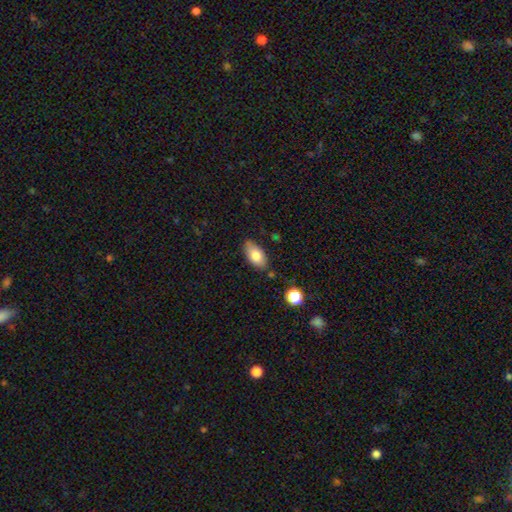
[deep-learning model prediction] smooth 80%, featured or disk 13%, star or artifact 7%. Down the decision tree: how rounded — in between (92%); merging — none (77%).